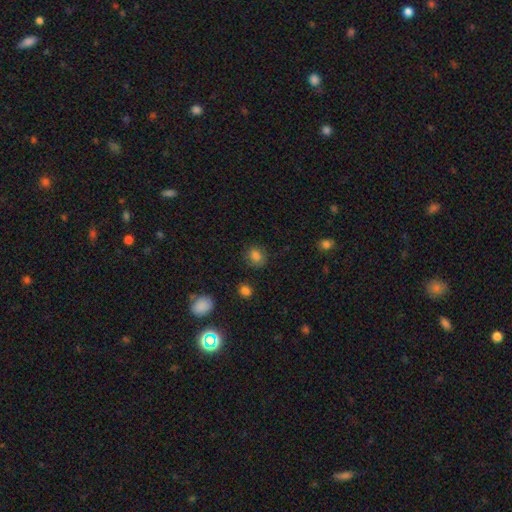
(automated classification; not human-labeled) Smooth or featured? Predicted: smooth (p=0.82). How rounded? Predicted: round (p=0.67). Merging? Predicted: none (p=0.78).